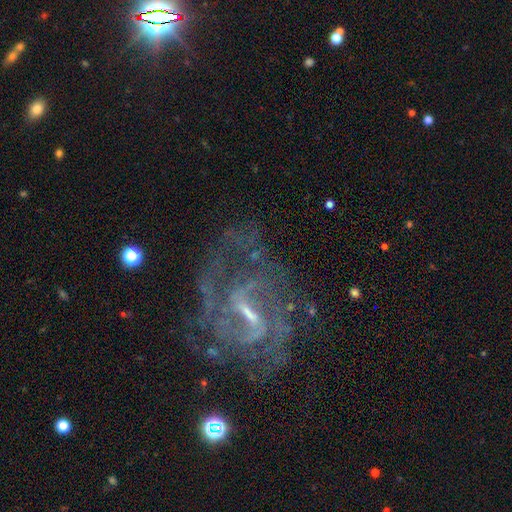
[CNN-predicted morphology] featured or disk 81%, star or artifact 13%, smooth 6%. Down the decision tree: edge-on disk — no (96%); bar — weak (48%); spiral arms — yes (93%); spiral arm count — 2 (35%); spiral winding — medium (45%); bulge size — small (60%); merging — none (66%).